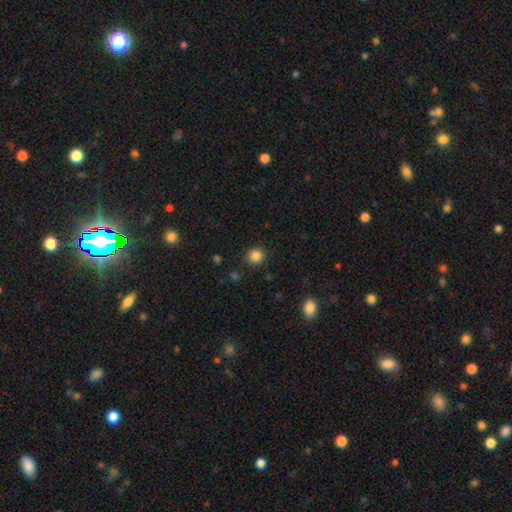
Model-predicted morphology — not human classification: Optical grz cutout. It shows a smooth galaxy with no disk features (85%) that is round (92%). Merging: none (88%).